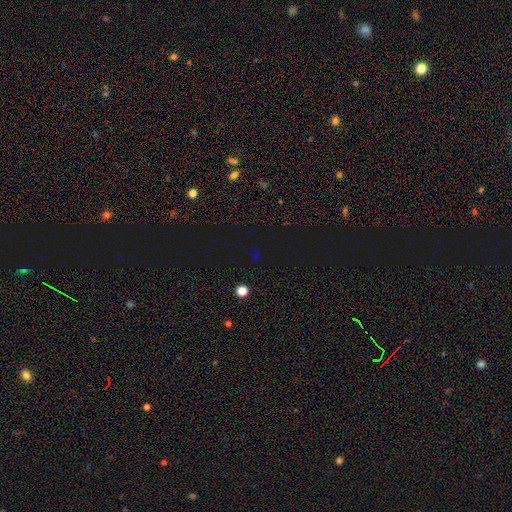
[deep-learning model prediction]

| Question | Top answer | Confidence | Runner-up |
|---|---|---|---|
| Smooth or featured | star or artifact | 62% | smooth (31%) |